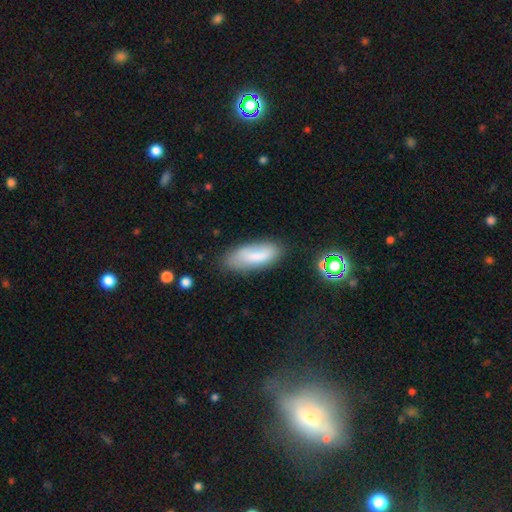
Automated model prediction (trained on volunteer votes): Overall: smooth (73%). How rounded: in between (75%). Merging: none (67%).